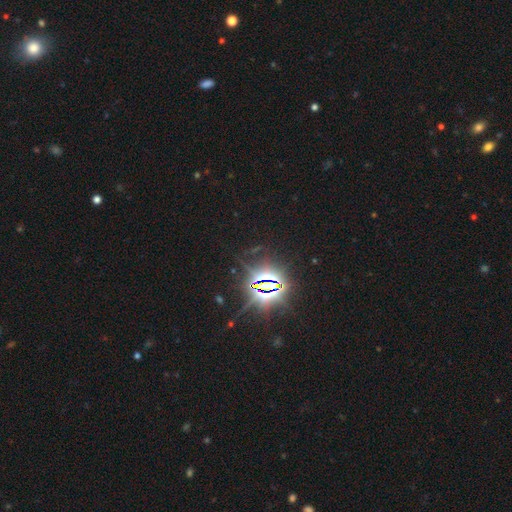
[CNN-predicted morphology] smooth_or_featured: star or artifact (p=0.86) [alt: smooth p=0.08]